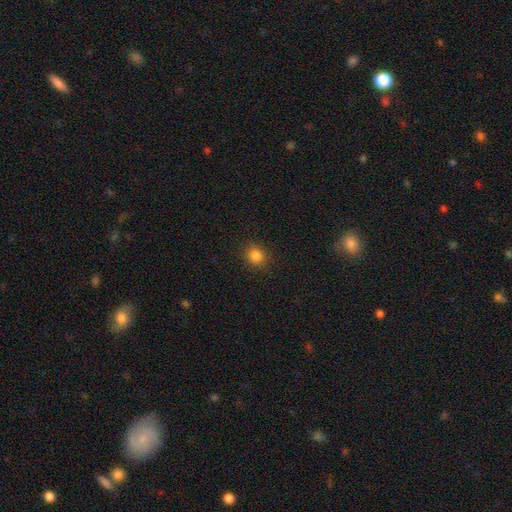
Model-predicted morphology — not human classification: Smooth or featured: smooth — 83% (star or artifact — 12%)
How rounded: round — 80% (in between — 19%)
Merging: none — 88% (minor disturbance — 8%)